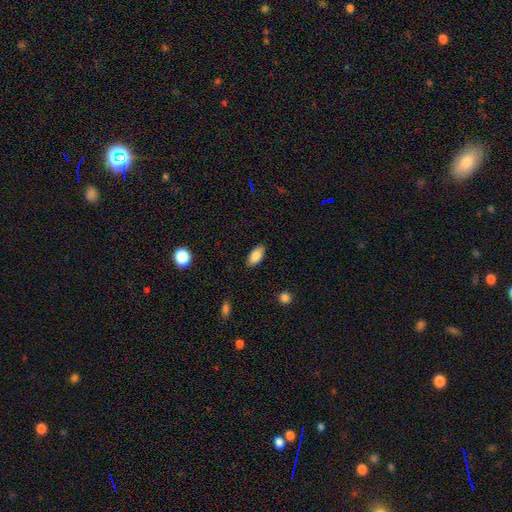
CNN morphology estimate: This appears to be a smooth galaxy with no disk features (87%) that is in between round and cigar-shaped (91%). Merging: none (87%).